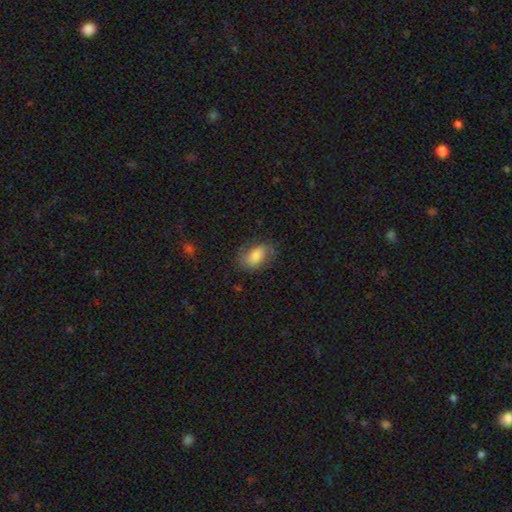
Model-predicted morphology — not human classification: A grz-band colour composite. It shows a smooth galaxy with no disk features (76%) that is in between round and cigar-shaped (89%). Merging: none (70%).